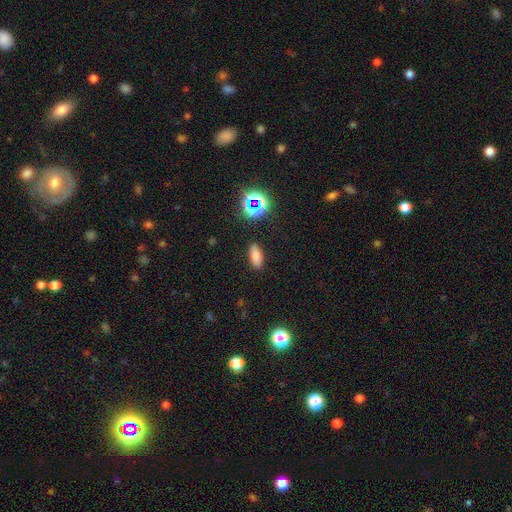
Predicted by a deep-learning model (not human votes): The model was most divided on "how rounded": in between: 72%, cigar-shaped: 24%, round: 4%. More confident: merging — none (88%); smooth or featured — smooth (78%).